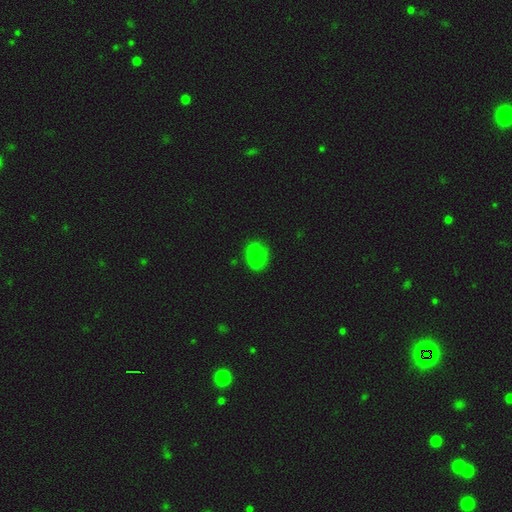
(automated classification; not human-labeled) Q: Smooth or featured?
A: smooth (77%); runner-up: featured or disk (13%)
Q: How rounded?
A: in between (61%); runner-up: round (38%)
Q: Merging?
A: none (77%); runner-up: minor disturbance (17%)